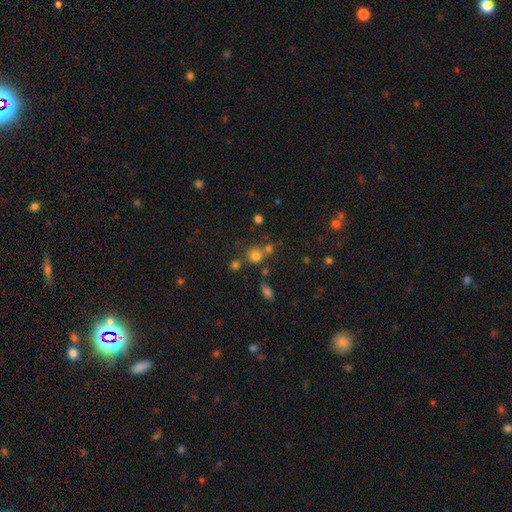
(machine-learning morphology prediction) This is likely a smooth galaxy (73%). How rounded: clearly round (85%). Merging: likely none (63%).